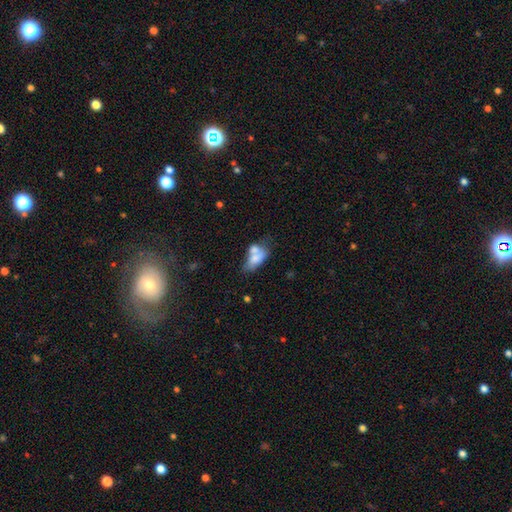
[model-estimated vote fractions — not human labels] Smooth or featured? Predicted: smooth (p=0.66). How rounded? Predicted: in between (p=0.84). Merging? Predicted: merger (p=0.55).